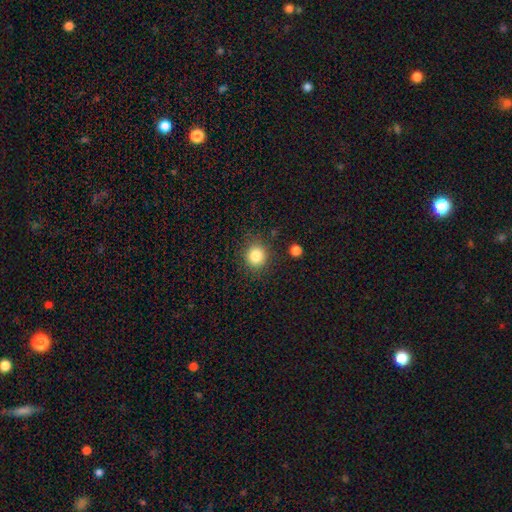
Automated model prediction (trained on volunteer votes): This appears to be a smooth galaxy with no disk features (83%) that is round (87%). Merging: none (85%).